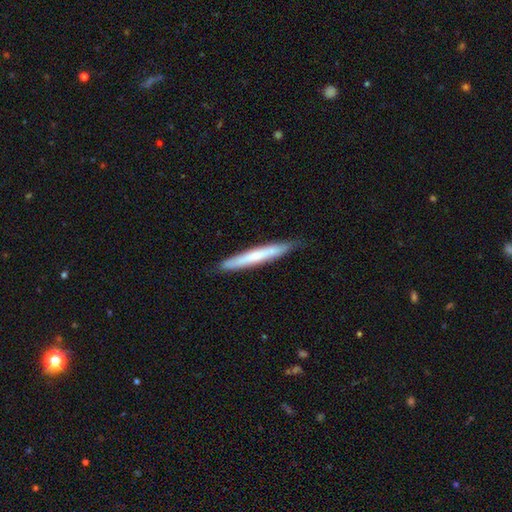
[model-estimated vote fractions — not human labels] Smooth or featured? smooth (58%)
How rounded? cigar-shaped (96%)
Merging? none (86%)